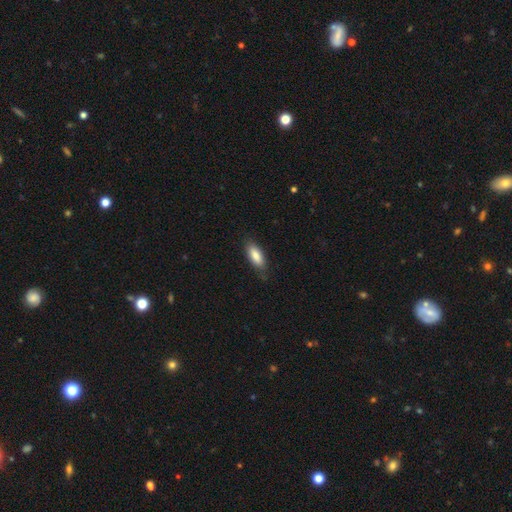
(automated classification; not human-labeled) This appears to be a smooth galaxy with no disk features (85%) that is in between round and cigar-shaped (78%). Merging: none (79%).